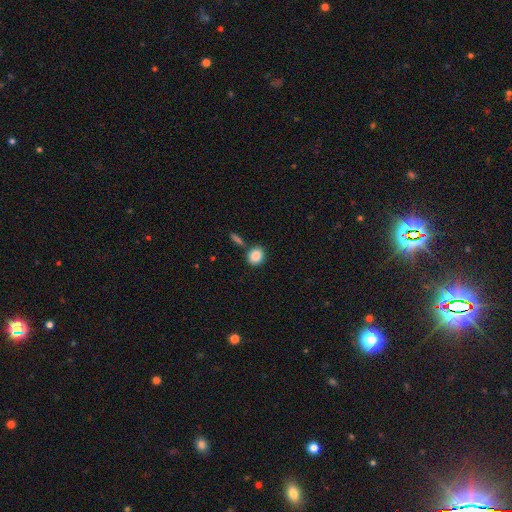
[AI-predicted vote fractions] Q: Smooth or featured?
A: smooth (87%); runner-up: star or artifact (8%)
Q: How rounded?
A: round (72%); runner-up: in between (26%)
Q: Merging?
A: none (73%); runner-up: minor disturbance (12%)